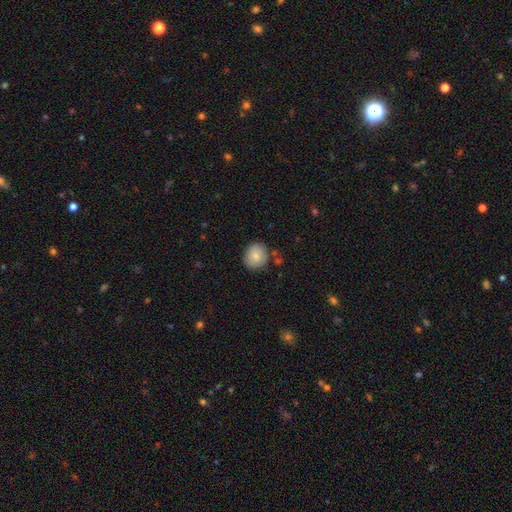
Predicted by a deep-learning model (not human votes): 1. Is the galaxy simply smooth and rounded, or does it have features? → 82% smooth, 10% featured or disk, 7% star or artifact.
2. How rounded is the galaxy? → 84% round, 15% in between, 1% cigar-shaped.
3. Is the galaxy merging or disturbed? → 82% none, 12% minor disturbance, 3% merger, 3% major disturbance.